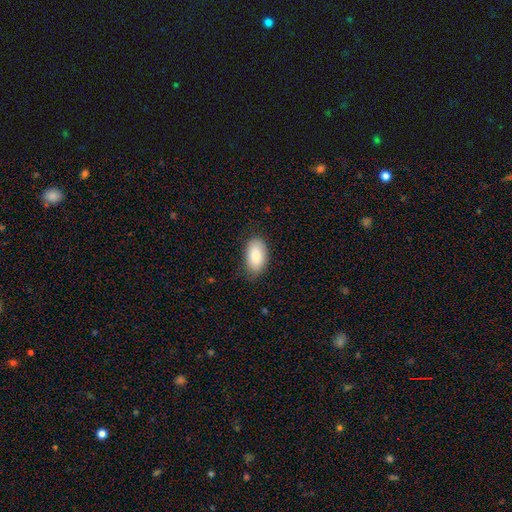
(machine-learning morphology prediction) smooth 84%, featured or disk 9%, star or artifact 6%. Down the decision tree: how rounded — in between (94%); merging — none (77%).